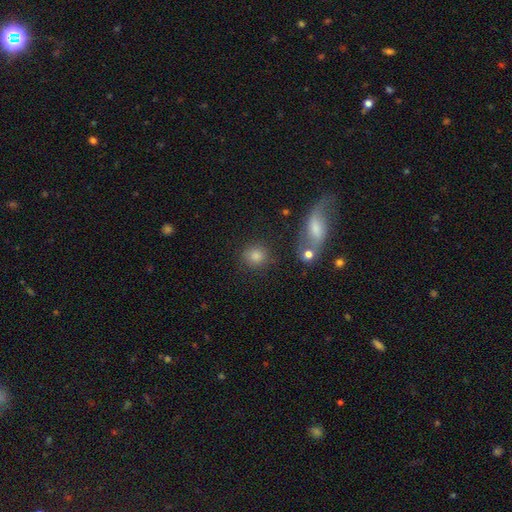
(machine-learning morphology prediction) smooth_or_featured: smooth (p=0.77) [alt: star or artifact p=0.13]
how_rounded: round (p=0.84) [alt: in between p=0.14]
merging: none (p=0.79) [alt: minor disturbance p=0.09]